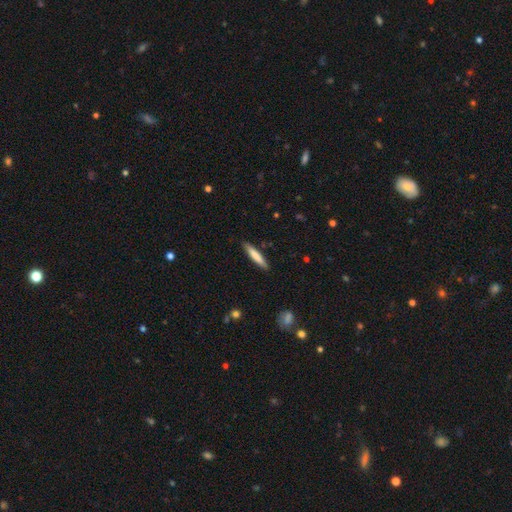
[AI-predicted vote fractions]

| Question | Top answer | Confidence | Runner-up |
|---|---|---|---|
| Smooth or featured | smooth | 76% | featured or disk (18%) |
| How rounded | cigar-shaped | 92% | in between (7%) |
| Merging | none | 89% | minor disturbance (8%) |